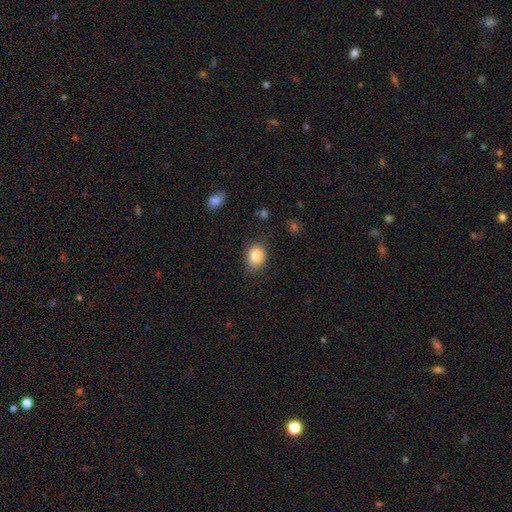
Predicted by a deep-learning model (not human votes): Q: Smooth or featured?
A: smooth (85%); runner-up: star or artifact (9%)
Q: How rounded?
A: in between (55%); runner-up: round (44%)
Q: Merging?
A: none (80%); runner-up: minor disturbance (15%)